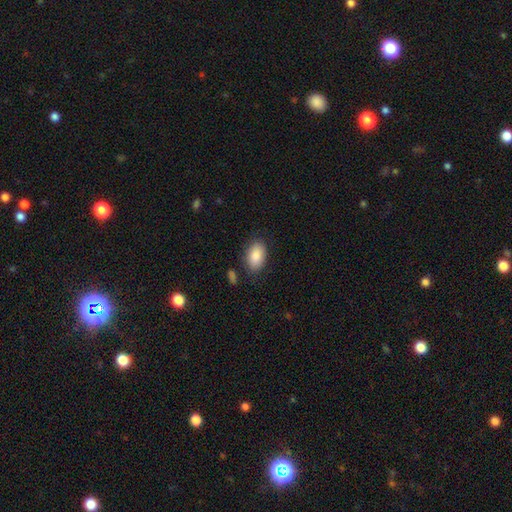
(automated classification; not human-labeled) A smooth galaxy with no disk features (87%) that is in between round and cigar-shaped (92%).

Vote fractions:
- Smooth or featured? smooth: 87% / star or artifact: 7% / featured or disk: 7%
- How rounded? in between: 92% / round: 6% / cigar-shaped: 1%
- Merging? none: 82% / minor disturbance: 12% / major disturbance: 3% / merger: 2%